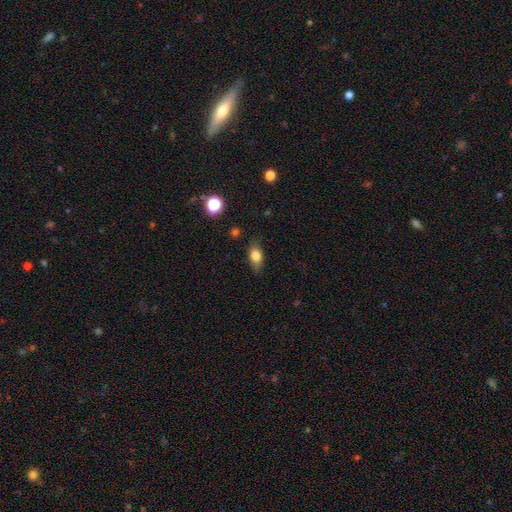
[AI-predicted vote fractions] Overall: smooth (77%). How rounded: in between (79%). Merging: none (76%).